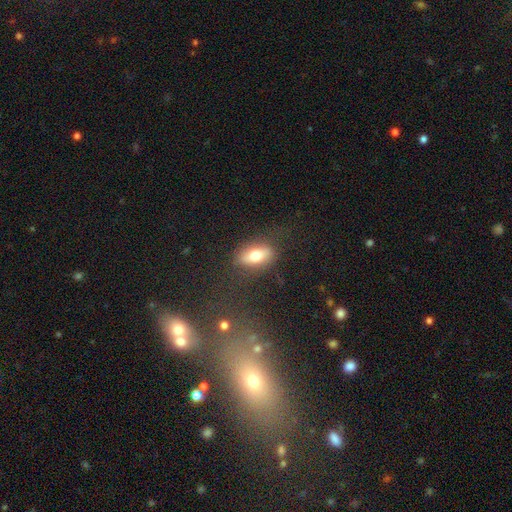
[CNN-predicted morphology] Smooth or featured: smooth — 68% (featured or disk — 24%)
How rounded: in between — 82% (cigar-shaped — 10%)
Merging: none — 78% (minor disturbance — 14%)